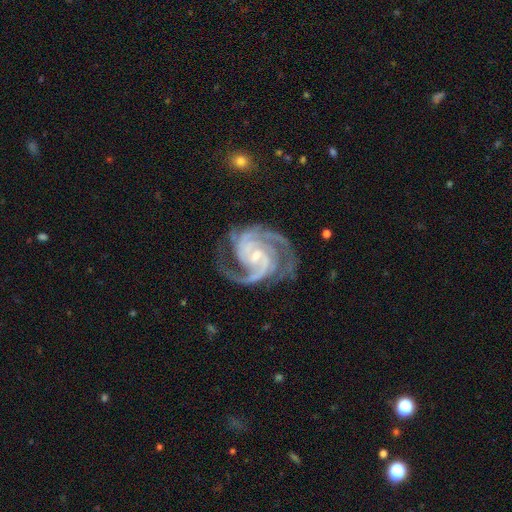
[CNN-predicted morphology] Smooth or featured? featured or disk (94%)
Edge-on disk? no (98%)
Bar? no (46%)
Spiral arms? yes (99%)
Spiral winding? tight (49%)
Spiral arm count? 2 (40%)
Bulge size? small (72%)
Merging? none (72%)